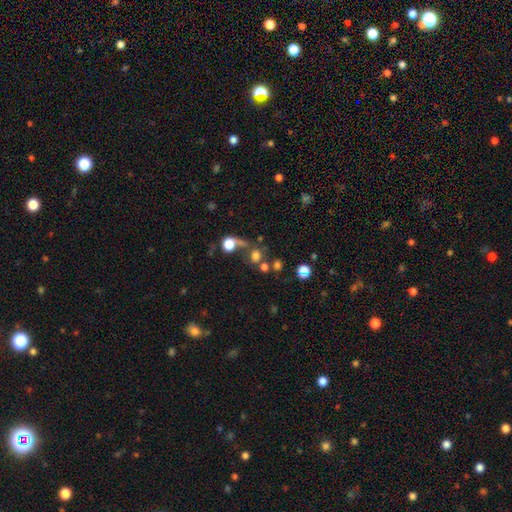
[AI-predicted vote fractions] Morphology: type=smooth (68%); roundness=round (76%); merging=none (48%).